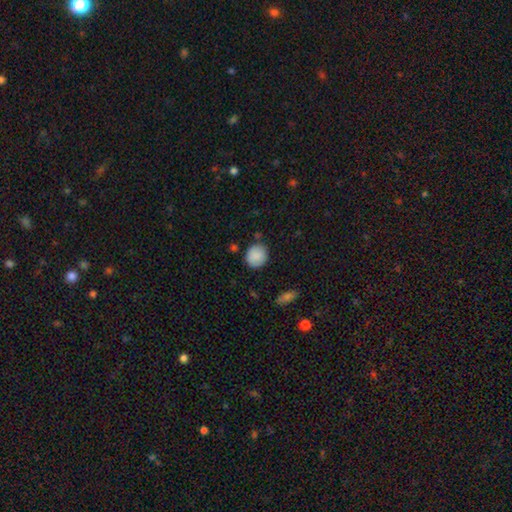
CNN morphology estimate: The model was most divided on "how rounded": round: 82%, in between: 17%, cigar-shaped: 1%. More confident: smooth or featured — smooth (88%); merging — none (81%).